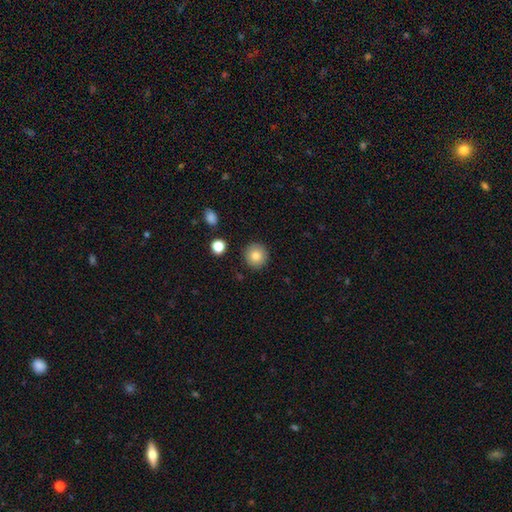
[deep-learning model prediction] Smooth or featured? Predicted: smooth (p=0.82). How rounded? Predicted: round (p=0.93). Merging? Predicted: none (p=0.90).